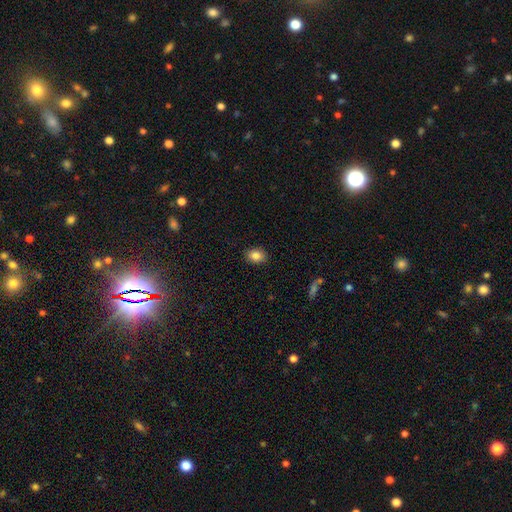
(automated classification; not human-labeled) A smooth galaxy with no disk features (85%) that is in between round and cigar-shaped (63%).

Vote fractions:
- Smooth or featured? smooth: 85% / star or artifact: 9% / featured or disk: 5%
- How rounded? in between: 63% / round: 36% / cigar-shaped: 1%
- Merging? none: 88% / minor disturbance: 9% / major disturbance: 2% / merger: 1%